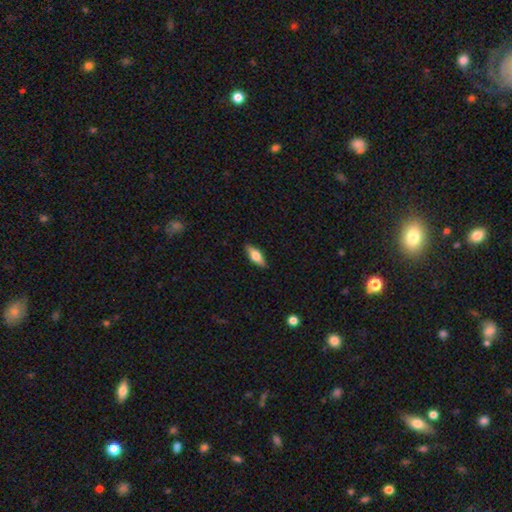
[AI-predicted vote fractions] The model was most divided on "smooth or featured": smooth: 63%, featured or disk: 31%, star or artifact: 6%. More confident: merging — none (88%); how rounded — in between (70%).